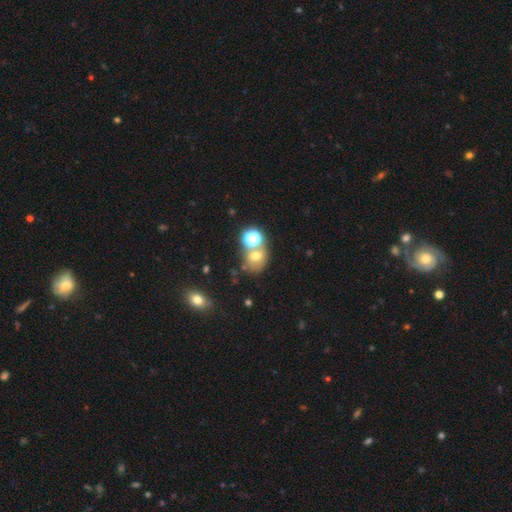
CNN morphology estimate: smooth_or_featured: smooth (p=0.62) [alt: star or artifact p=0.22]
how_rounded: round (p=0.62) [alt: in between p=0.37]
merging: none (p=0.47) [alt: merger p=0.34]